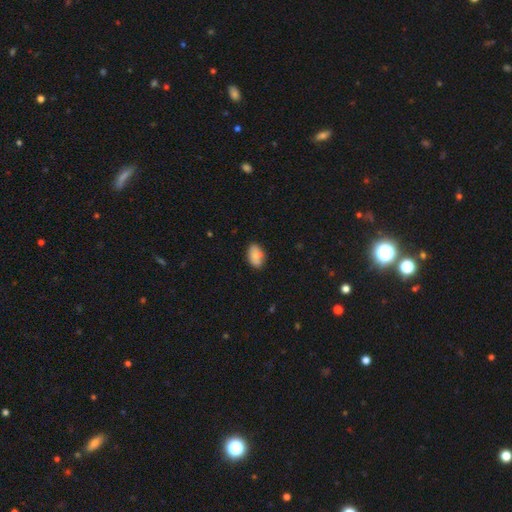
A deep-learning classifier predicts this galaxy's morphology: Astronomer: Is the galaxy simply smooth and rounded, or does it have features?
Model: smooth — 79%.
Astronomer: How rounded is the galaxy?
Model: in between — 89%.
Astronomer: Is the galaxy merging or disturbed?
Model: none — 70%.